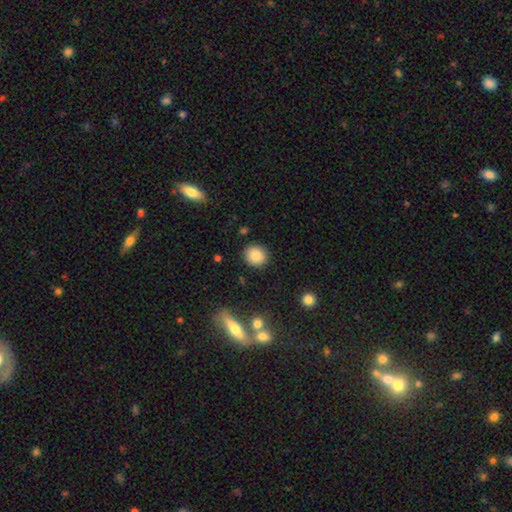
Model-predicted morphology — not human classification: Q: Smooth or featured?
A: smooth (84%); runner-up: star or artifact (9%)
Q: How rounded?
A: round (83%); runner-up: in between (16%)
Q: Merging?
A: none (88%); runner-up: minor disturbance (7%)